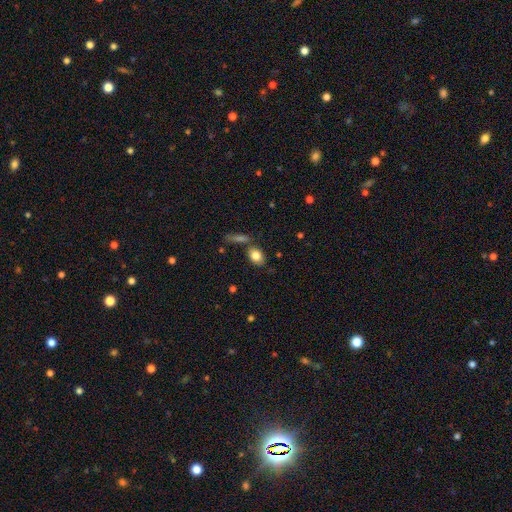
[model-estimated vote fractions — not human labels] The model was most divided on "how rounded": in between: 72%, round: 26%, cigar-shaped: 3%. More confident: smooth or featured — smooth (82%); merging — none (71%).